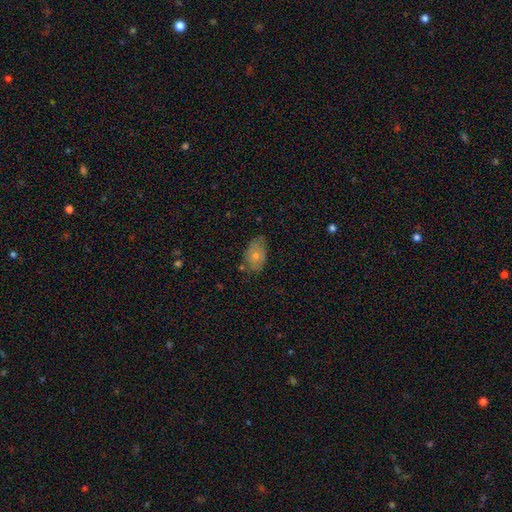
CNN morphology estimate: This is possibly a smooth galaxy (58%). How rounded: clearly in between (86%). Merging: likely none (71%).